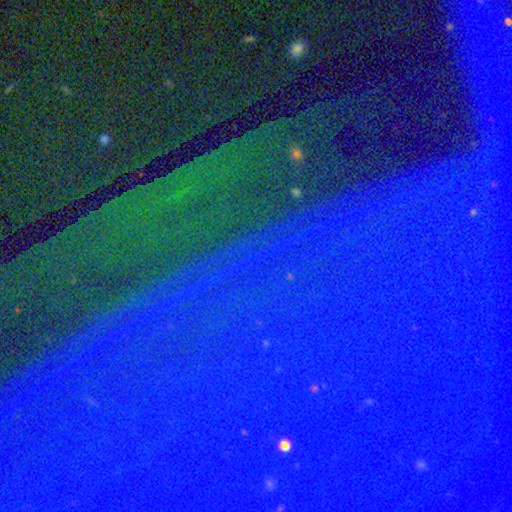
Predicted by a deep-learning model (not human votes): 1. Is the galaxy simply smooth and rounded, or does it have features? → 88% star or artifact, 7% featured or disk, 6% smooth.